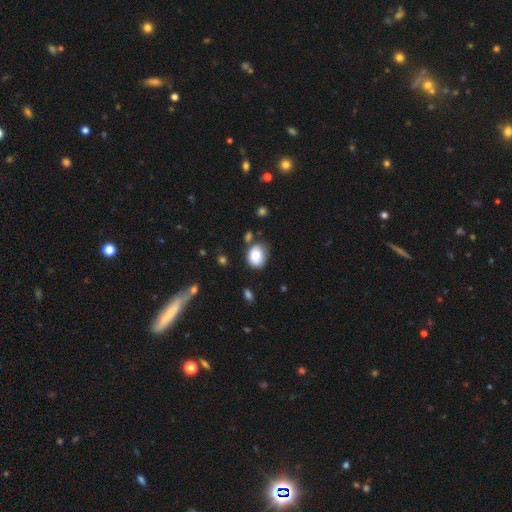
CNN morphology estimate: The model was most divided on "how rounded": round: 50%, in between: 49%, cigar-shaped: 1%. More confident: smooth or featured — smooth (83%); merging — none (58%).